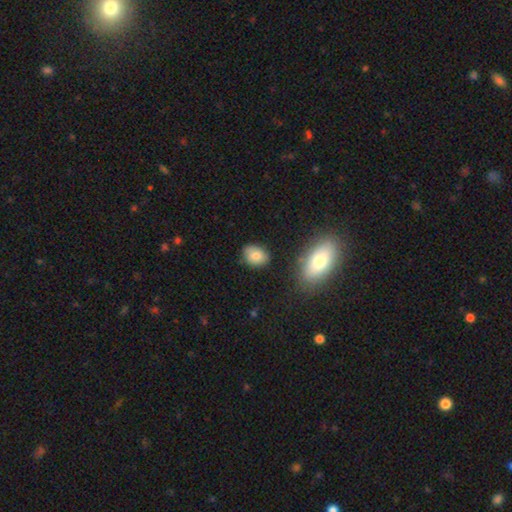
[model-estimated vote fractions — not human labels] Smooth or featured? Predicted: smooth (p=0.82). How rounded? Predicted: in between (p=0.63). Merging? Predicted: none (p=0.79).